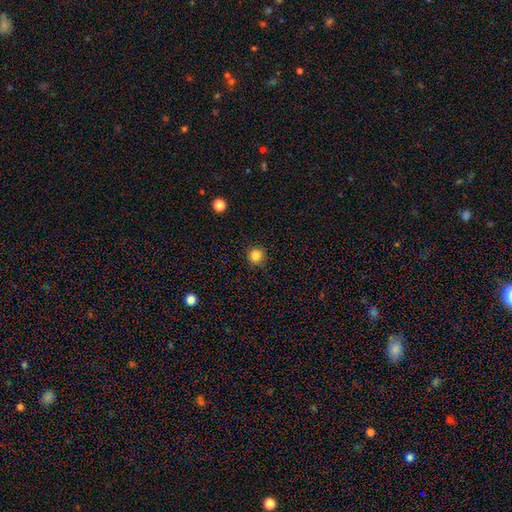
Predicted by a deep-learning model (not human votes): A smooth galaxy with no disk features (85%) that is round (93%).

Vote fractions:
- Smooth or featured? smooth: 85% / star or artifact: 12% / featured or disk: 4%
- How rounded? round: 93% / in between: 6% / cigar-shaped: 1%
- Merging? none: 88% / minor disturbance: 9% / major disturbance: 2% / merger: 1%